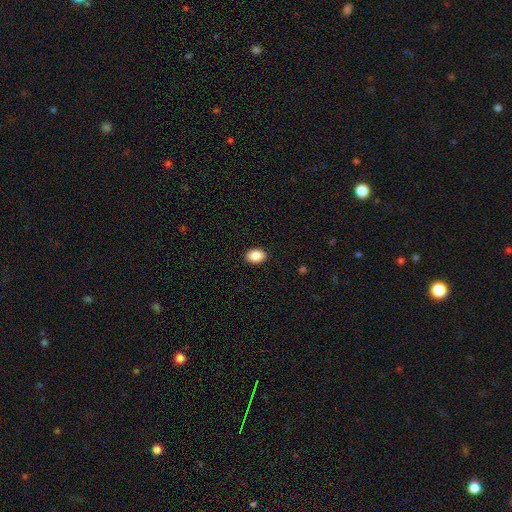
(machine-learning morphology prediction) A smooth galaxy with no disk features (88%) that is in between round and cigar-shaped (80%). Merging: none (90%).